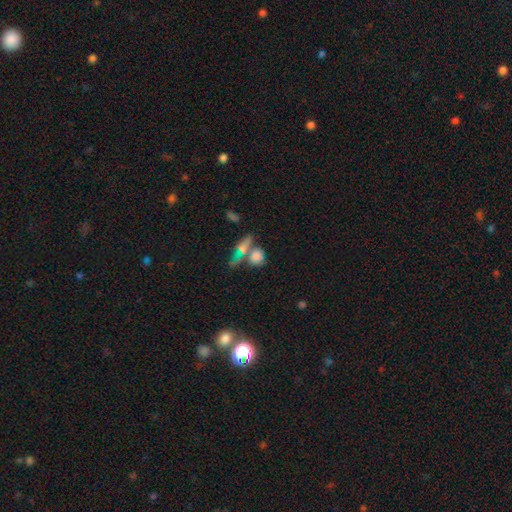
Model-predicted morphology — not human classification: Overall: smooth (71%). How rounded: round (61%; in between 31%). Merging: none (42%; merger 38%).